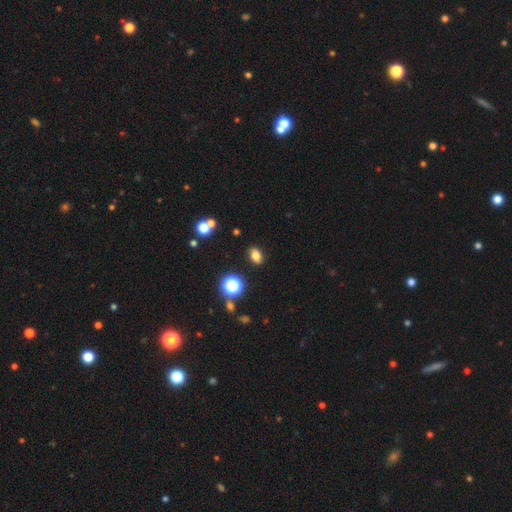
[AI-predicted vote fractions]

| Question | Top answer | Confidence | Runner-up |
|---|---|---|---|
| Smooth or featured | smooth | 77% | star or artifact (15%) |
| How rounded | in between | 81% | round (17%) |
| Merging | none | 87% | minor disturbance (8%) |